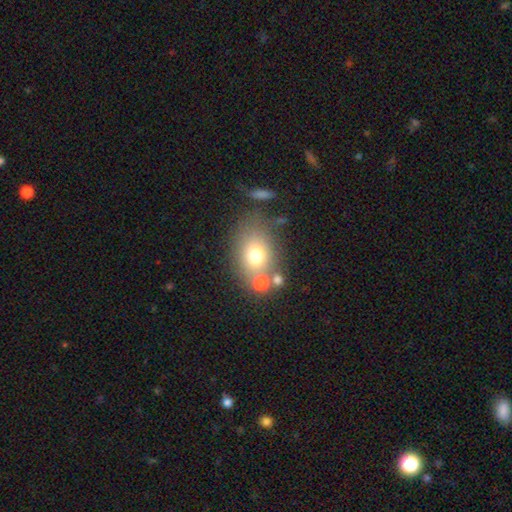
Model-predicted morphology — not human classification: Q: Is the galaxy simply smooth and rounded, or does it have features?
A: smooth — 69%.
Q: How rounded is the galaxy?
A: in between — 62%.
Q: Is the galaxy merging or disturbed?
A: none — 55%.